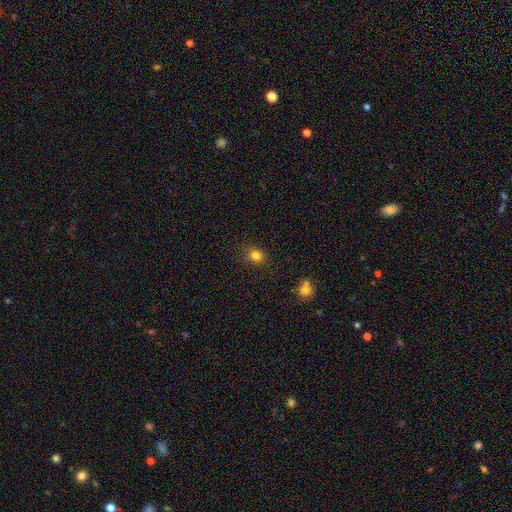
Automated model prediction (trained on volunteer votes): Smooth or featured? Predicted: smooth (p=0.82). How rounded? Predicted: round (p=0.66). Merging? Predicted: none (p=0.83).